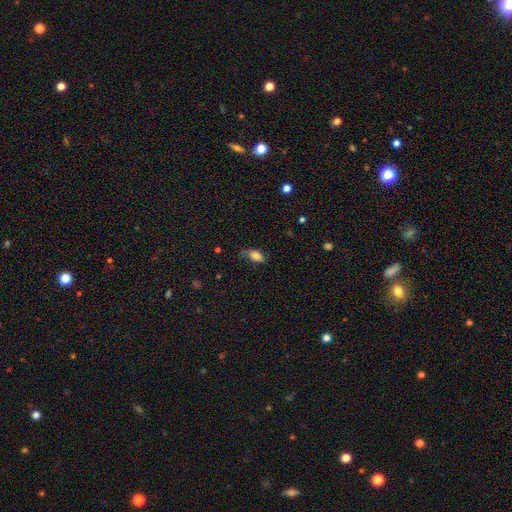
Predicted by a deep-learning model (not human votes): Morphology: type=smooth (83%); roundness=in between (87%); merging=none (58%).